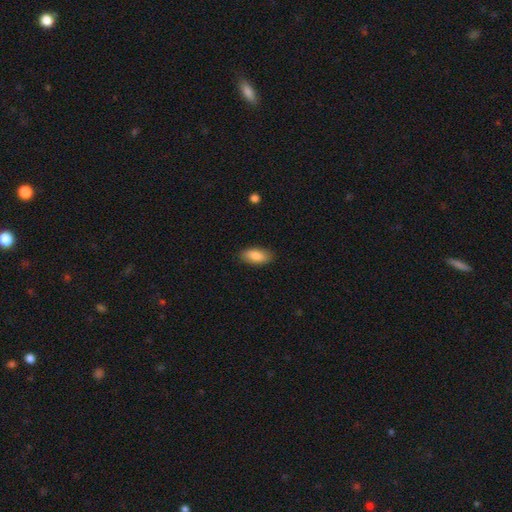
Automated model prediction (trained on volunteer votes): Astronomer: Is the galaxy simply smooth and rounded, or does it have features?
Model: smooth — 86%.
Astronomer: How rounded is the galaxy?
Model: in between — 89%.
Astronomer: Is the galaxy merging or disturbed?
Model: none — 87%.